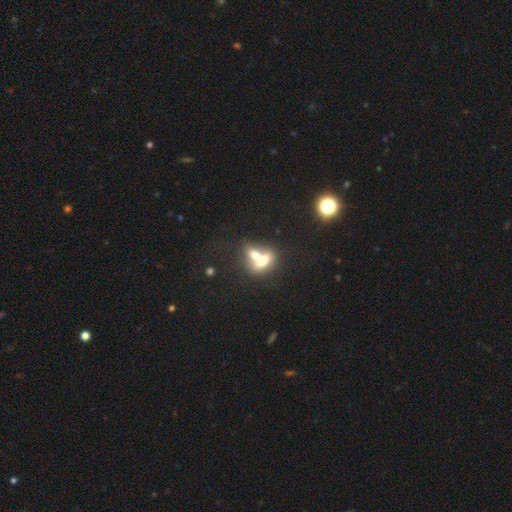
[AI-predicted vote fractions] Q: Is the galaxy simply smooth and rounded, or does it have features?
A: smooth — 63%.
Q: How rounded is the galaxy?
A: in between — 73%.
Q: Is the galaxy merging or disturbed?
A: merger — 72%.